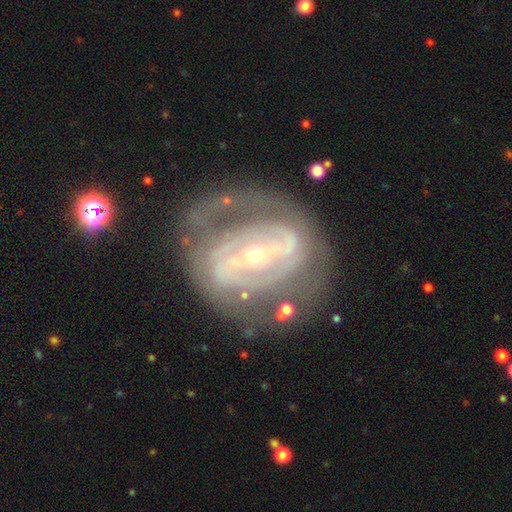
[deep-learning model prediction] Smooth or featured: featured or disk — 82% (smooth — 11%)
Edge-on disk: no — 95% (yes — 5%)
Bar: strong — 50% (weak — 30%)
Spiral arms: yes — 69% (no — 31%)
Spiral winding: tight — 51% (medium — 34%)
Spiral arm count: 2 — 48% (can't tell — 34%)
Bulge size: small — 76% (moderate — 19%)
Merging: none — 58% (major disturbance — 20%)